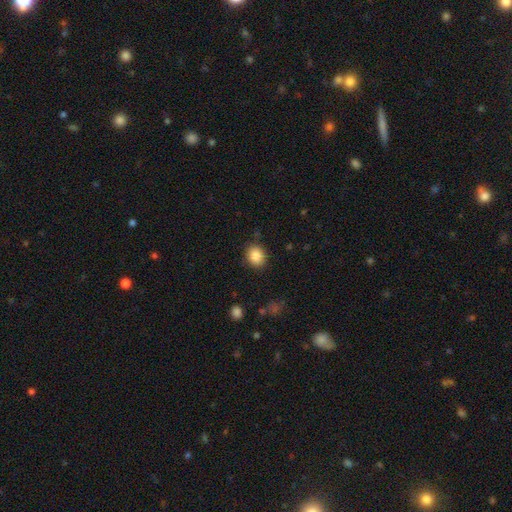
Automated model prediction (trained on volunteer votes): Overall: smooth (86%). How rounded: round (68%; in between 32%). Merging: none (87%).